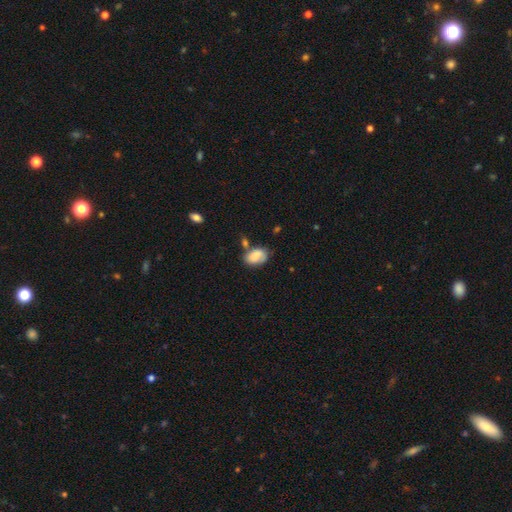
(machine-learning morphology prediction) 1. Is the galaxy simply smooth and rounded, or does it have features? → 80% smooth, 12% featured or disk, 8% star or artifact.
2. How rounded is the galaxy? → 87% in between, 12% round, 1% cigar-shaped.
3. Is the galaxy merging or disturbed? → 53% none, 24% minor disturbance, 16% merger, 7% major disturbance.